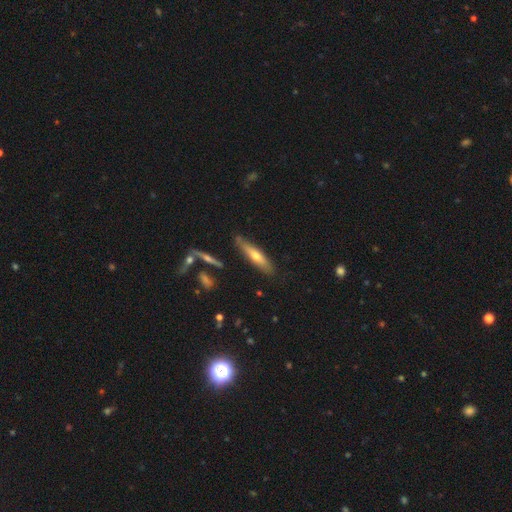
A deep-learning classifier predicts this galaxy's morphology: smooth 52%, featured or disk 42%, star or artifact 6%. Down the decision tree: how rounded — cigar-shaped (81%); merging — none (81%).